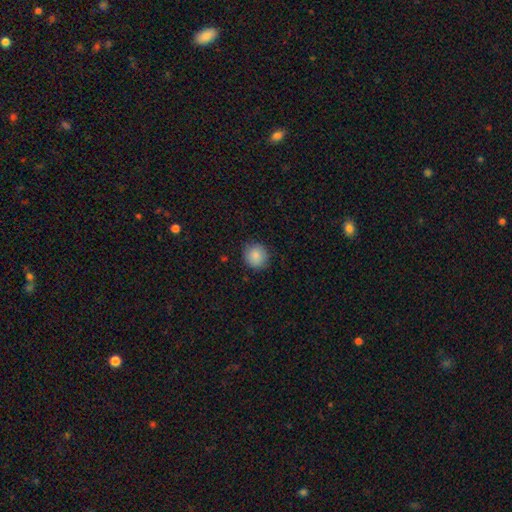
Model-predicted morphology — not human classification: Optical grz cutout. It shows a smooth galaxy with no disk features (87%) that is round (90%). Merging: none (86%).